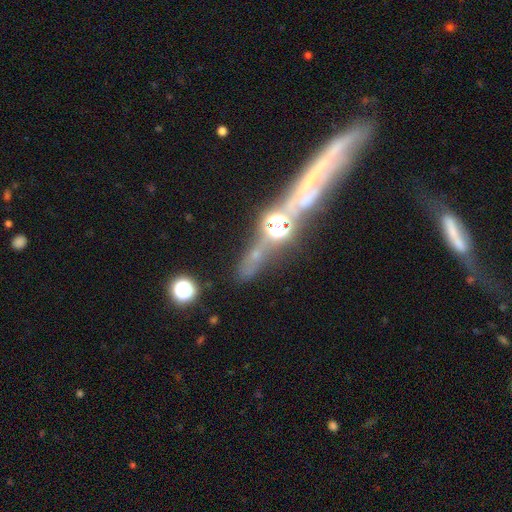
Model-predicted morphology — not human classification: A star or artifact, not a galaxy (42%).

Vote fractions:
- Smooth or featured? star or artifact: 42% / featured or disk: 29% / smooth: 29%